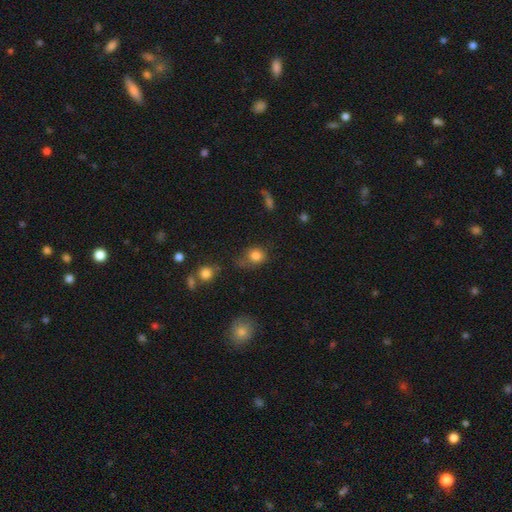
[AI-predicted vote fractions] Smooth or featured?
  - smooth: 82% *
  - star or artifact: 11%
  - featured or disk: 7%
How rounded?
  - round: 70% *
  - in between: 28%
  - cigar-shaped: 1%
Merging?
  - none: 56% *
  - minor disturbance: 24%
  - major disturbance: 10%
  - merger: 10%